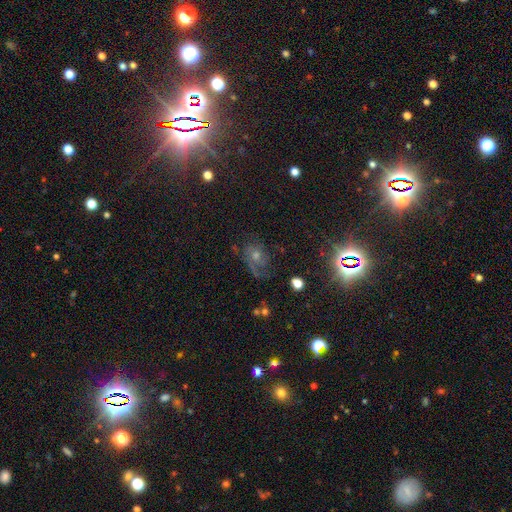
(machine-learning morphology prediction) smooth-or-featured: featured or disk: 44% | star or artifact: 37% | smooth: 19%
  merging: none: 61% | minor disturbance: 19% | major disturbance: 17% | merger: 3%